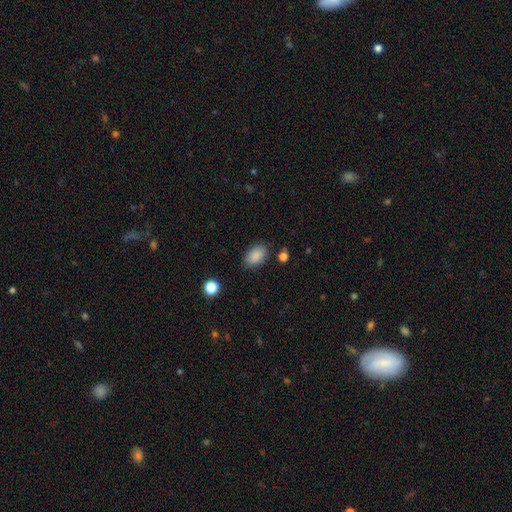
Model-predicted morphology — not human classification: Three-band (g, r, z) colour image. It shows a smooth galaxy with no disk features (88%) that is in between round and cigar-shaped (88%). Merging: none (83%).